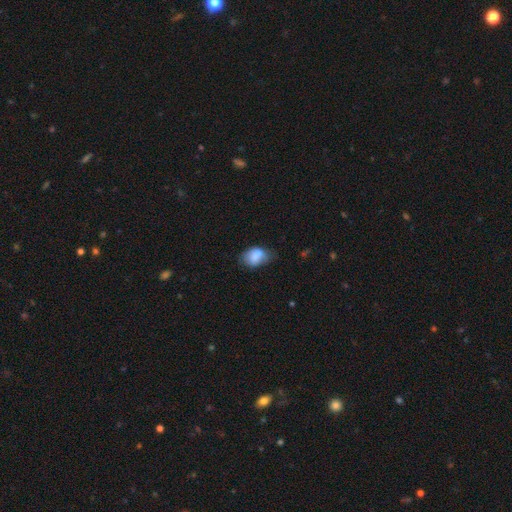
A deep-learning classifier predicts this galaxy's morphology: Smooth or featured?
  - smooth: 78% *
  - featured or disk: 13%
  - star or artifact: 9%
How rounded?
  - in between: 77% *
  - round: 21%
  - cigar-shaped: 1%
Merging?
  - none: 45% *
  - minor disturbance: 37%
  - major disturbance: 12%
  - merger: 6%